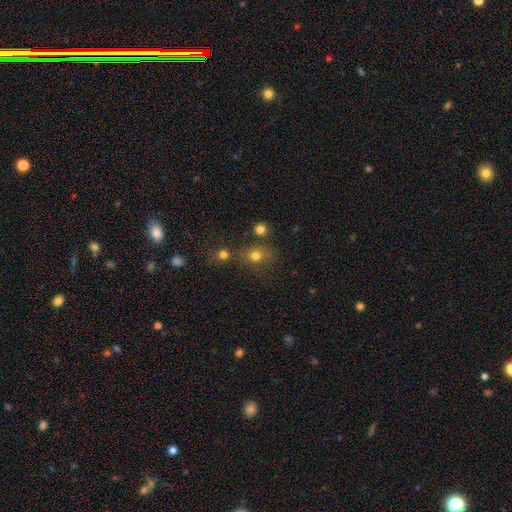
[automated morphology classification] smooth 74%, star or artifact 17%, featured or disk 8%. Down the decision tree: how rounded — round (73%); merging — none (63%).